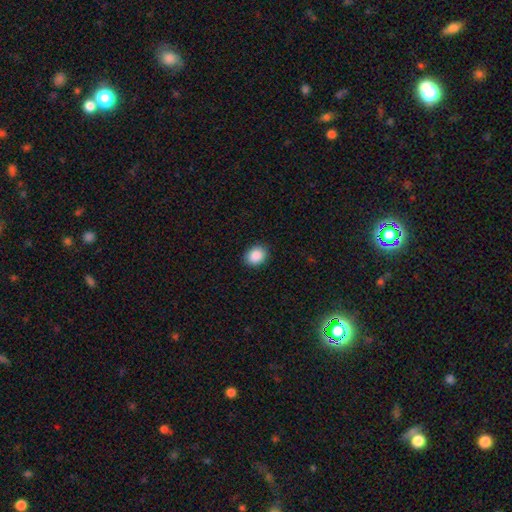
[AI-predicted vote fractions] Q: Smooth or featured?
A: smooth (89%); runner-up: star or artifact (8%)
Q: How rounded?
A: in between (52%); runner-up: round (47%)
Q: Merging?
A: none (89%); runner-up: minor disturbance (8%)